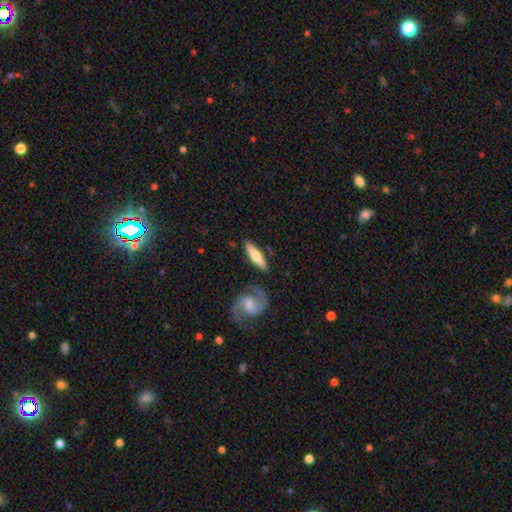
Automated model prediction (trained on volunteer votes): Q: Smooth or featured?
A: smooth (53%); runner-up: featured or disk (42%)
Q: How rounded?
A: cigar-shaped (72%); runner-up: in between (25%)
Q: Merging?
A: none (79%); runner-up: minor disturbance (12%)